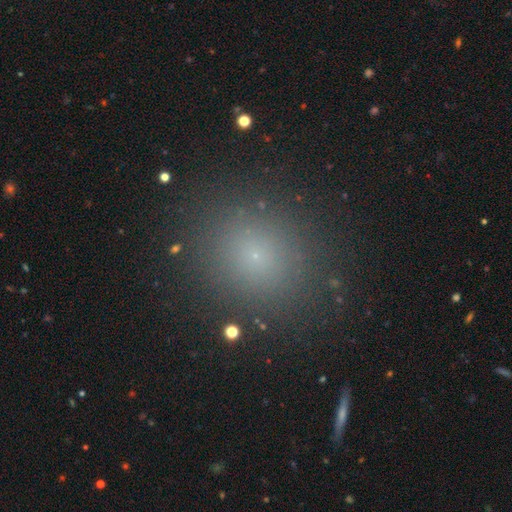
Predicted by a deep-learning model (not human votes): Smooth or featured: smooth — 67% (star or artifact — 25%)
How rounded: round — 76% (in between — 22%)
Merging: none — 88% (minor disturbance — 7%)